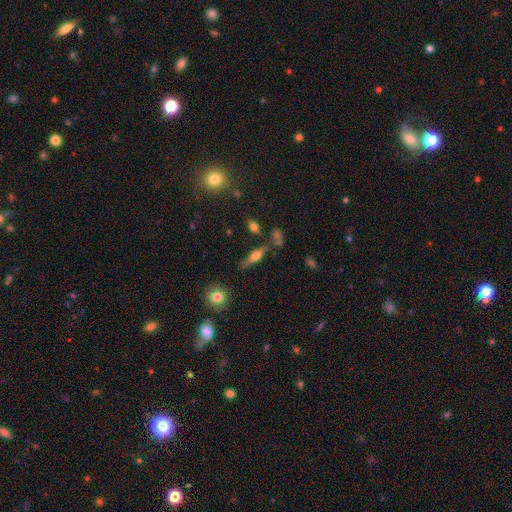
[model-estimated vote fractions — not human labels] Smooth or featured: smooth — 50% (featured or disk — 42%)
Merging: none — 71% (minor disturbance — 15%)